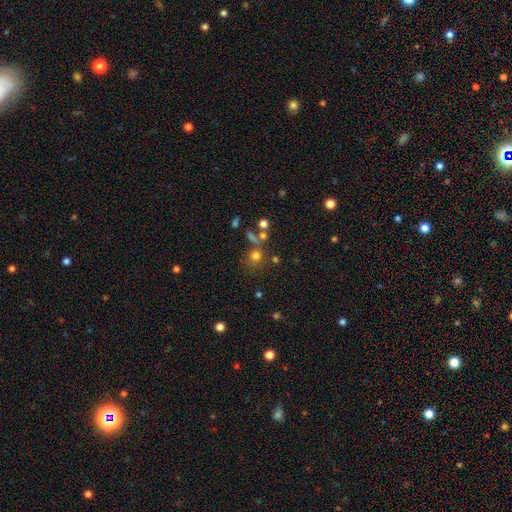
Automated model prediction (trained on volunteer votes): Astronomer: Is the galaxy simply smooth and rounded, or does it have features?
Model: smooth — 69%.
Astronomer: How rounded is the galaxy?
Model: round — 85%.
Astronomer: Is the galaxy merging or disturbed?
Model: none — 62%.